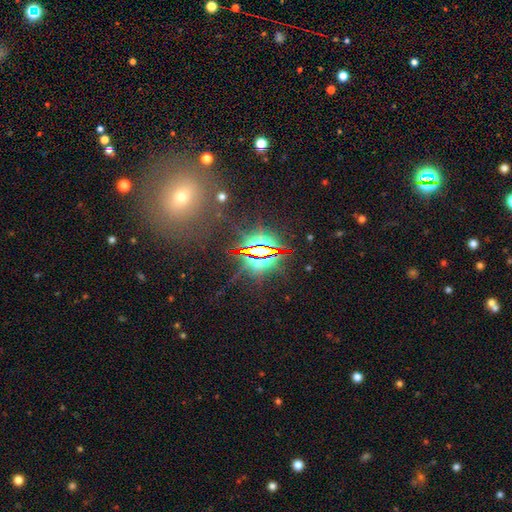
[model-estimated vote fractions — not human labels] smooth-or-featured: star or artifact: 80% | smooth: 10% | featured or disk: 10%